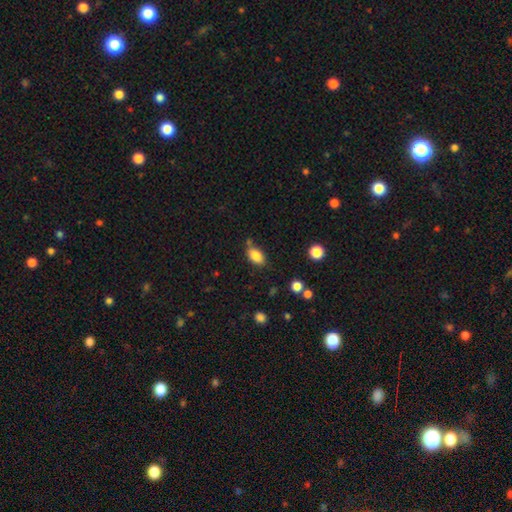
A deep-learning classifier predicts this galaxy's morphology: smooth_or_featured: smooth (p=0.84) [alt: star or artifact p=0.09]
how_rounded: in between (p=0.89) [alt: round p=0.08]
merging: none (p=0.69) [alt: minor disturbance p=0.18]